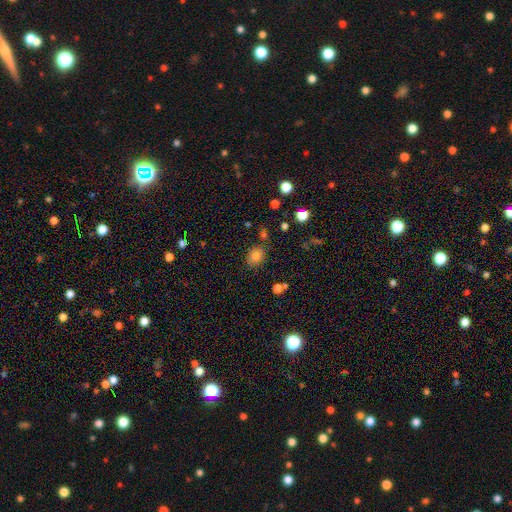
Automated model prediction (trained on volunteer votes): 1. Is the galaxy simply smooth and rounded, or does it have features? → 81% smooth, 13% star or artifact, 7% featured or disk.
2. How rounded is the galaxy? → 57% in between, 42% round, 1% cigar-shaped.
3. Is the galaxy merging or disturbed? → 76% none, 15% minor disturbance, 6% merger, 4% major disturbance.